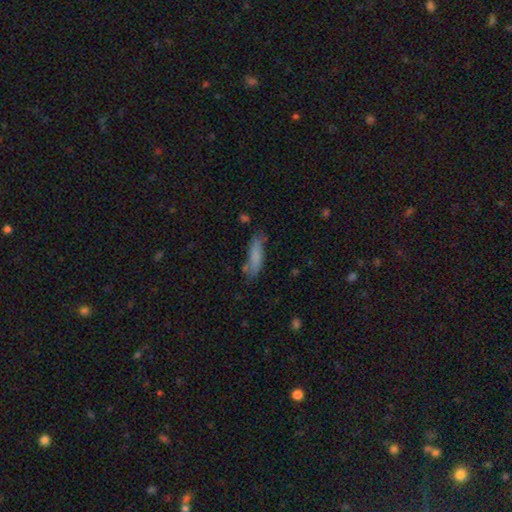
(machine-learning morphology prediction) smooth 79%, featured or disk 14%, star or artifact 7%. Down the decision tree: how rounded — cigar-shaped (71%); merging — none (72%).